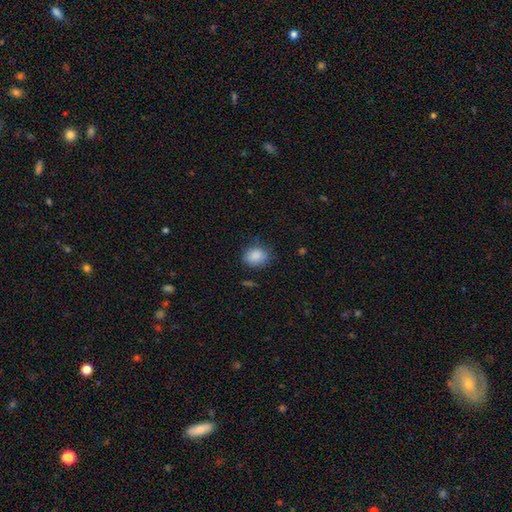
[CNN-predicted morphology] Smooth or featured? Predicted: smooth (p=0.88). How rounded? Predicted: round (p=0.52). Merging? Predicted: none (p=0.75).